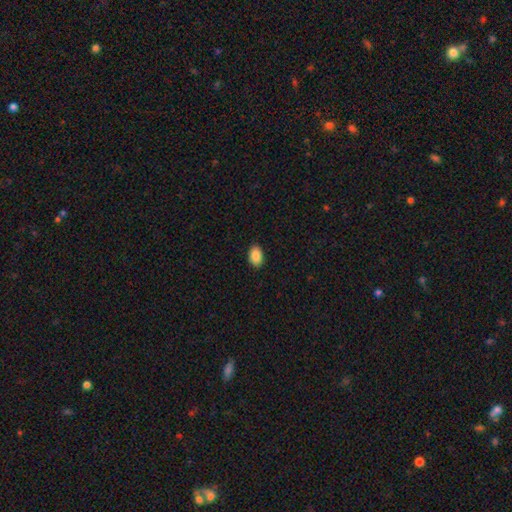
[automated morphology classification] Q: Smooth or featured?
A: smooth (88%); runner-up: star or artifact (7%)
Q: How rounded?
A: in between (89%); runner-up: round (10%)
Q: Merging?
A: none (89%); runner-up: minor disturbance (8%)